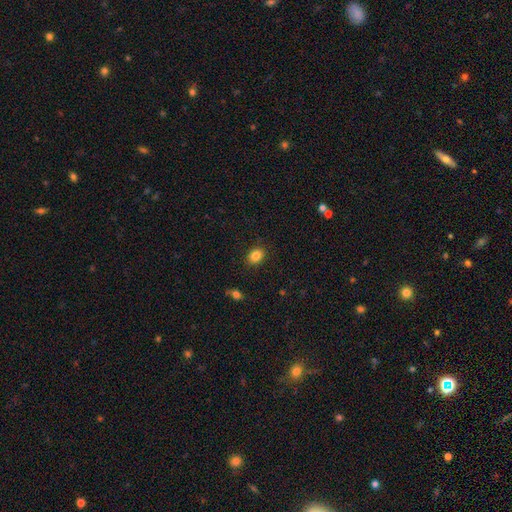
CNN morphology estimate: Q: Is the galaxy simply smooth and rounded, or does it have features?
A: smooth — 84%.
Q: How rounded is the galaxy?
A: in between — 60%.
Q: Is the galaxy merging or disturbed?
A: none — 88%.